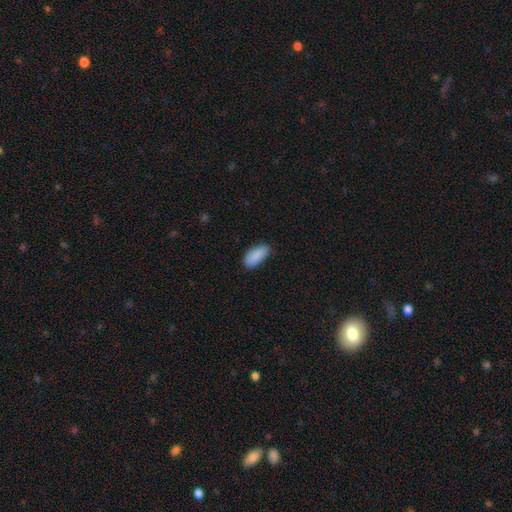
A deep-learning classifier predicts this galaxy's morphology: Smooth or featured? smooth (90%)
How rounded? in between (88%)
Merging? none (79%)